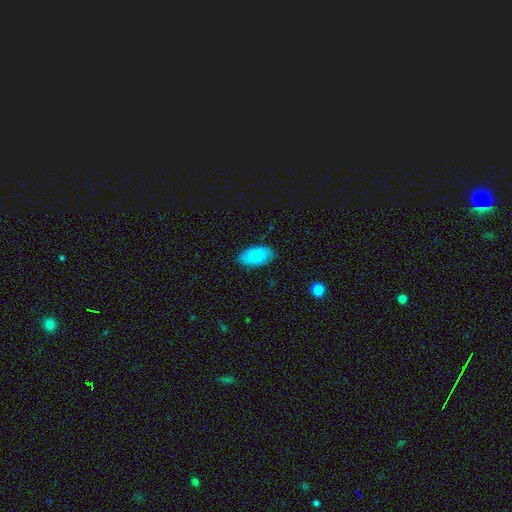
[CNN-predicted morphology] A smooth galaxy with no disk features (87%) that is in between round and cigar-shaped (95%).

Vote fractions:
- Smooth or featured? smooth: 87% / featured or disk: 7% / star or artifact: 6%
- How rounded? in between: 95% / cigar-shaped: 3% / round: 3%
- Merging? none: 83% / minor disturbance: 13% / major disturbance: 3% / merger: 1%